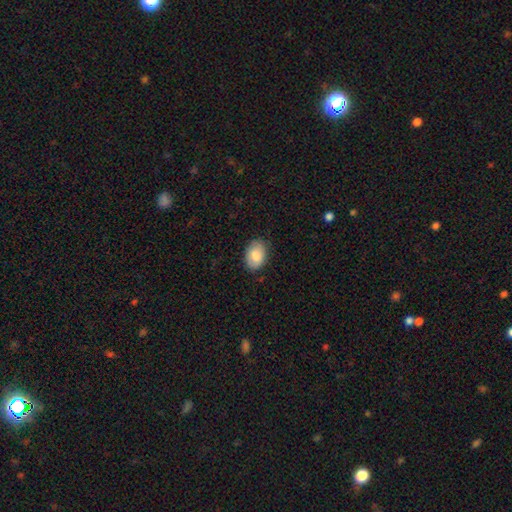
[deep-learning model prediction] A smooth galaxy with no disk features (84%) that is in between round and cigar-shaped (84%).

Vote fractions:
- Smooth or featured? smooth: 84% / featured or disk: 9% / star or artifact: 7%
- How rounded? in between: 84% / round: 15% / cigar-shaped: 1%
- Merging? none: 83% / minor disturbance: 14% / major disturbance: 2% / merger: 1%